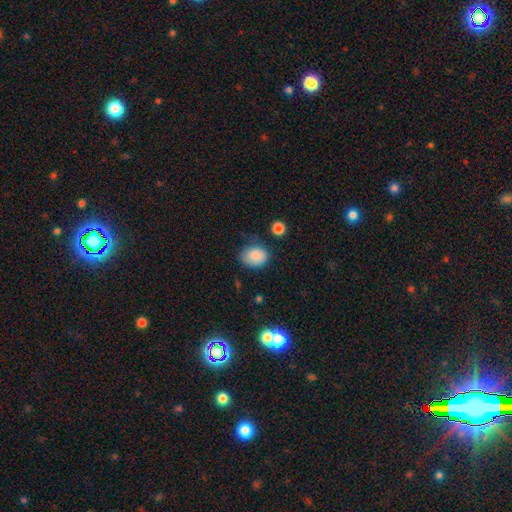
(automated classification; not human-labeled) smooth-or-featured: smooth: 86% | star or artifact: 9% | featured or disk: 5%
  how-rounded: in between: 57% | round: 42% | cigar-shaped: 1%
  merging: none: 66% | minor disturbance: 25% | major disturbance: 6% | merger: 3%